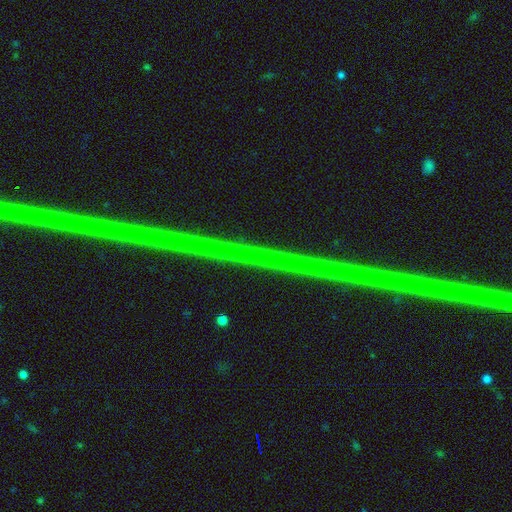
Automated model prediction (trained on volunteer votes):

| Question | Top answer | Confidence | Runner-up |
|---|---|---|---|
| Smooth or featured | star or artifact | 86% | featured or disk (11%) |